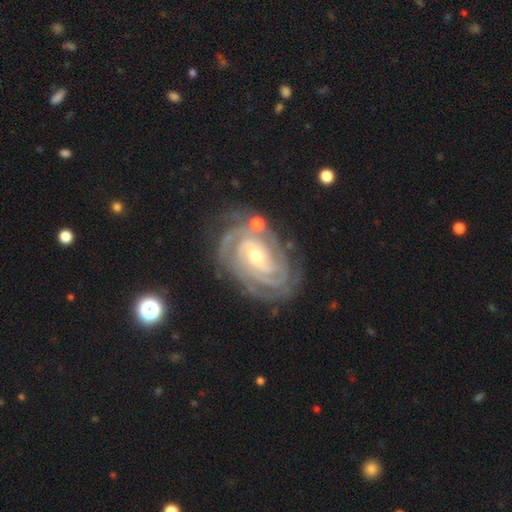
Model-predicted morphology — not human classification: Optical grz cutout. It shows a featured or disk galaxy (92%) with no bar (45%), 3 (30%) tight (80%) spiral arms (98%) and a small central bulge (50%). Merging: none (73%).